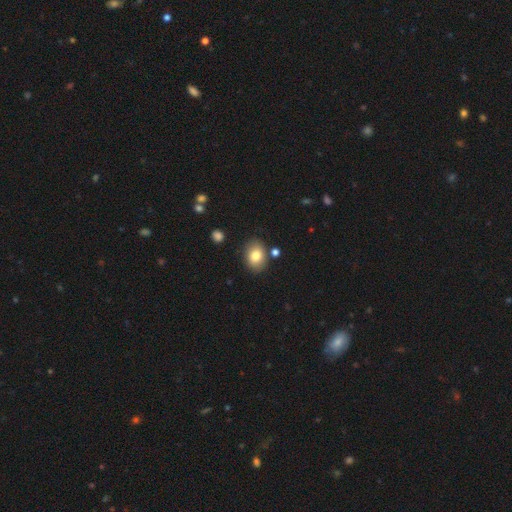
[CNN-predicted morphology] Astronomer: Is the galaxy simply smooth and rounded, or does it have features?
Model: smooth — 80%.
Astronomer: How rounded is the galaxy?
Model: in between — 73%.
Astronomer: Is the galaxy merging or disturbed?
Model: none — 82%.